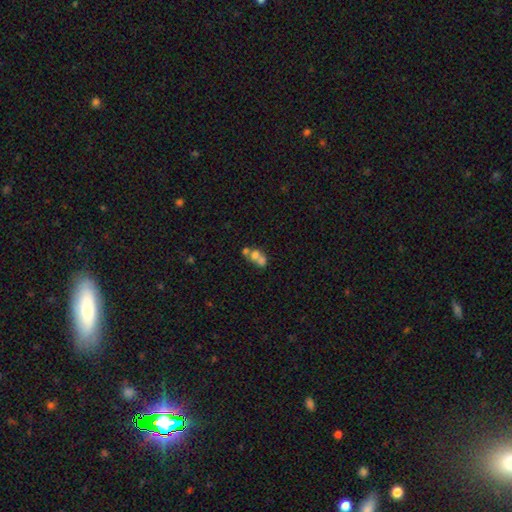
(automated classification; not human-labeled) smooth-or-featured: smooth: 58% | featured or disk: 29% | star or artifact: 13%
  how-rounded: in between: 51% | round: 47% | cigar-shaped: 2%
  merging: merger: 63% | none: 23% | minor disturbance: 8% | major disturbance: 6%